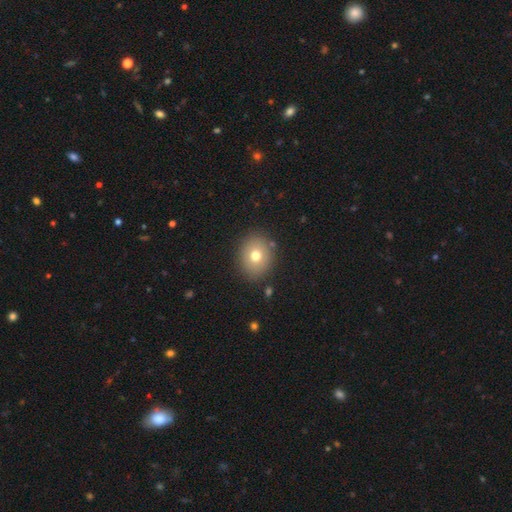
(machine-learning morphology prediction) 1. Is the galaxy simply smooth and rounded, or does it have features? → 73% smooth, 16% featured or disk, 11% star or artifact.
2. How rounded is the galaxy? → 59% round, 40% in between, 1% cigar-shaped.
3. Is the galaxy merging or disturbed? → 86% none, 9% minor disturbance, 3% major disturbance, 2% merger.